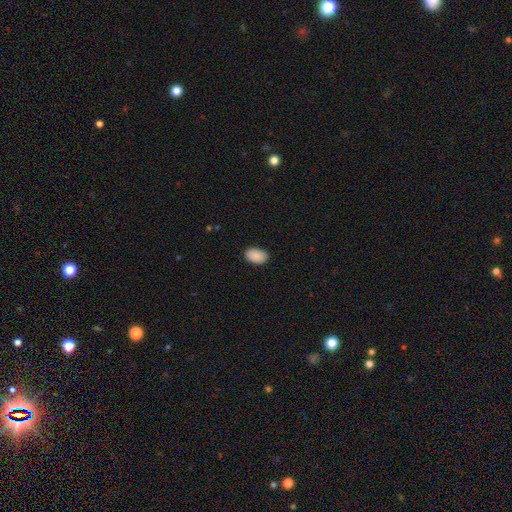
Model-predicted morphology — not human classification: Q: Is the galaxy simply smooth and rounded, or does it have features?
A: smooth — 90%.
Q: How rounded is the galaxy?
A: in between — 90%.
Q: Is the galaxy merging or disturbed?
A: none — 87%.